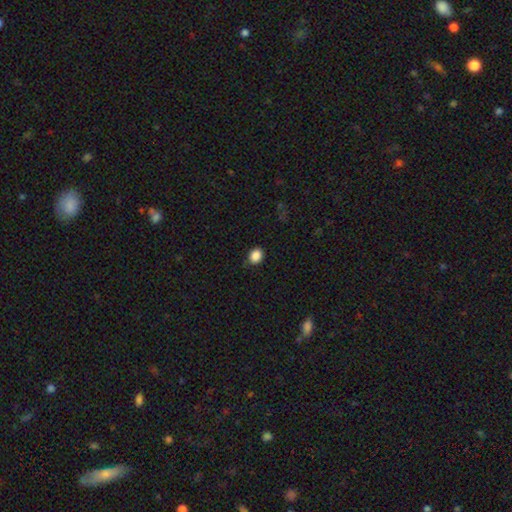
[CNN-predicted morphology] Smooth or featured? Predicted: smooth (p=0.87). How rounded? Predicted: round (p=0.54). Merging? Predicted: none (p=0.82).